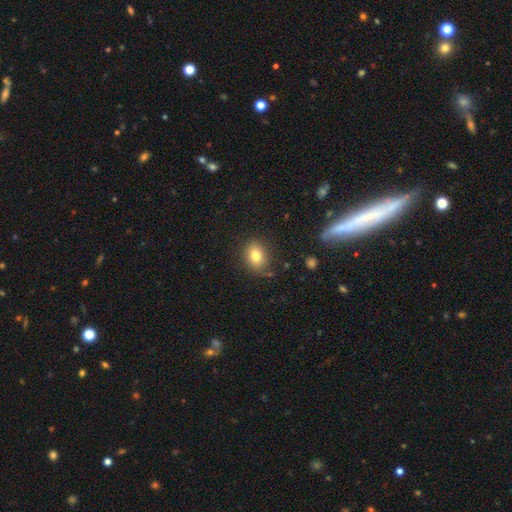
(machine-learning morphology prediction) Smooth or featured? Predicted: smooth (p=0.79). How rounded? Predicted: in between (p=0.63). Merging? Predicted: none (p=0.81).